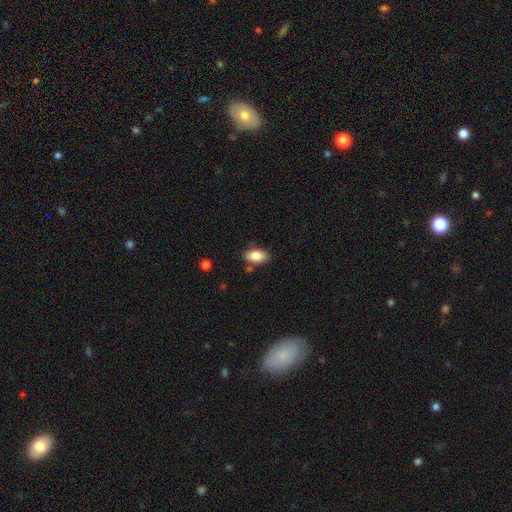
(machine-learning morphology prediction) Q: Smooth or featured?
A: smooth (85%); runner-up: featured or disk (7%)
Q: How rounded?
A: in between (92%); runner-up: round (5%)
Q: Merging?
A: none (78%); runner-up: minor disturbance (15%)